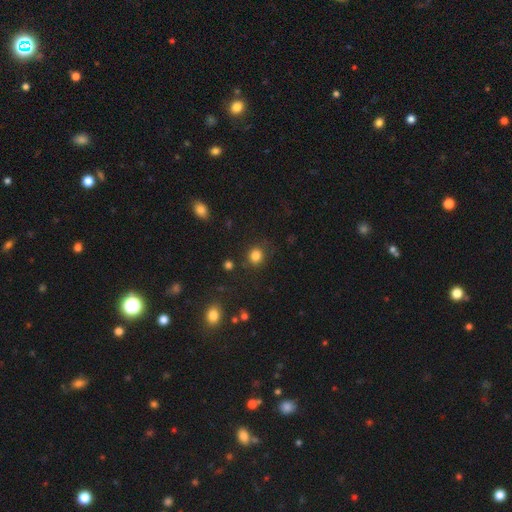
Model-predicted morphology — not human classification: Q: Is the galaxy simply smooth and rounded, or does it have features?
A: smooth — 83%.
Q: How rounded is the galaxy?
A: round — 84%.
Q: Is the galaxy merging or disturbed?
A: none — 84%.